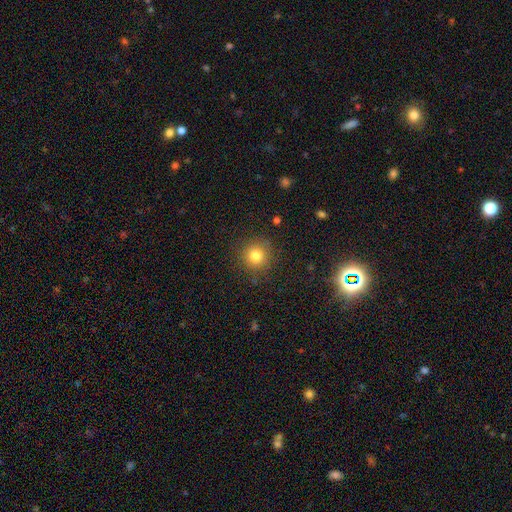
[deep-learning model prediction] Smooth or featured? Predicted: smooth (p=0.81). How rounded? Predicted: round (p=0.93). Merging? Predicted: none (p=0.88).